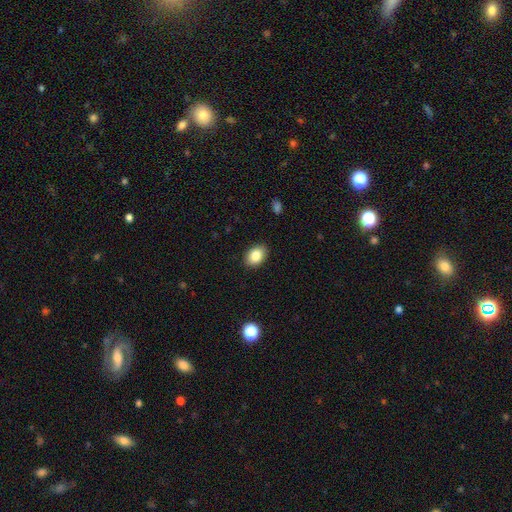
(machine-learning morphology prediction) Q: Smooth or featured?
A: smooth (84%); runner-up: star or artifact (9%)
Q: How rounded?
A: in between (77%); runner-up: round (22%)
Q: Merging?
A: none (88%); runner-up: minor disturbance (9%)